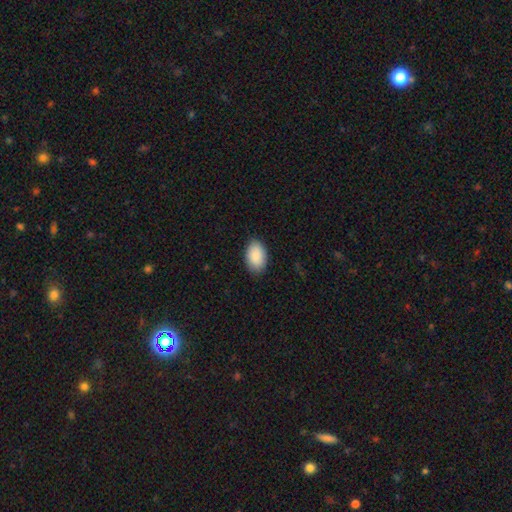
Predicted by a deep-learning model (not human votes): smooth-or-featured: smooth: 90% | star or artifact: 6% | featured or disk: 4%
  how-rounded: in between: 92% | round: 7% | cigar-shaped: 1%
  merging: none: 86% | minor disturbance: 11% | major disturbance: 2% | merger: 1%